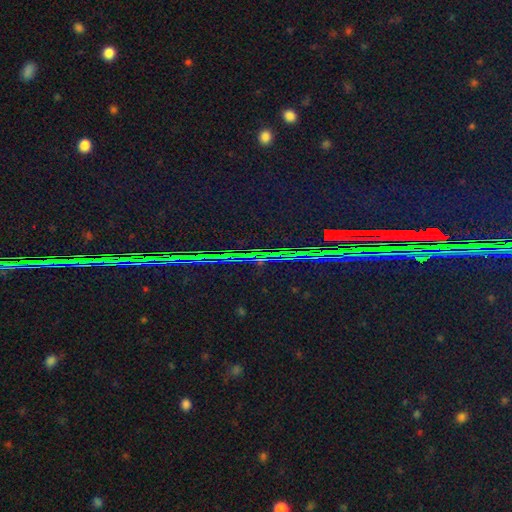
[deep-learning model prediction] smooth_or_featured: star or artifact (p=0.85) [alt: featured or disk p=0.08]